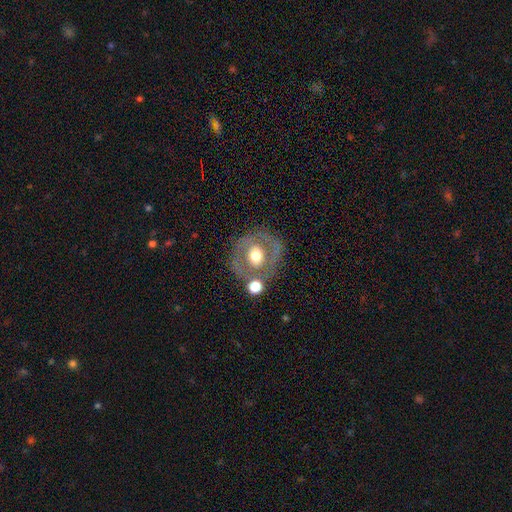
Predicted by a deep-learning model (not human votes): A featured or disk galaxy (50%).

Vote fractions:
- Smooth or featured? featured or disk: 50% / smooth: 42% / star or artifact: 8%
- Edge-on disk? no: 95% / yes: 5%
- Merging? none: 71% / minor disturbance: 13% / merger: 10% / major disturbance: 7%